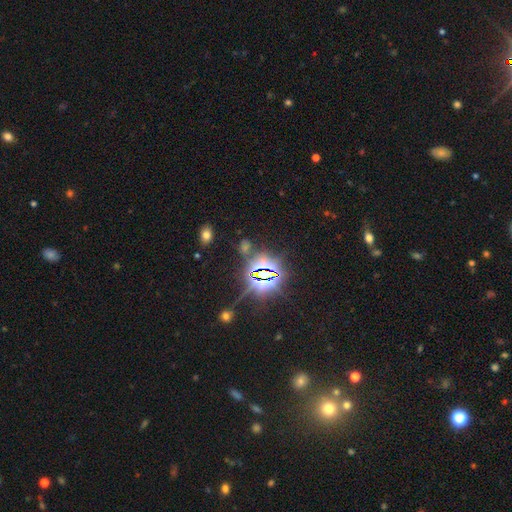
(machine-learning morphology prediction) This is clearly a star or artifact rather than a galaxy (80%).